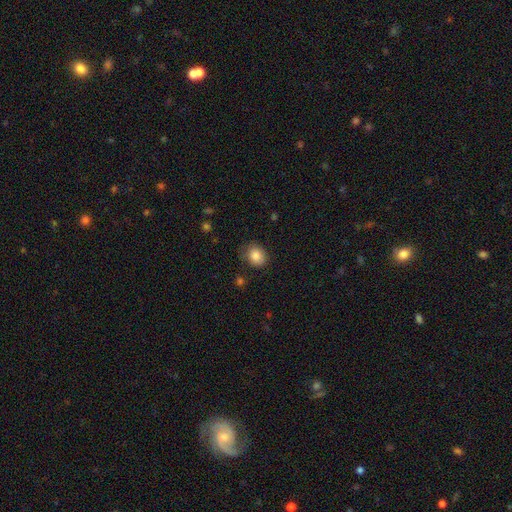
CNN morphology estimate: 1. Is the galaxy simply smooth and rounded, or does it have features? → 85% smooth, 9% star or artifact, 6% featured or disk.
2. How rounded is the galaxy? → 54% round, 45% in between, 1% cigar-shaped.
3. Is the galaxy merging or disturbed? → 78% none, 17% minor disturbance, 4% major disturbance, 1% merger.